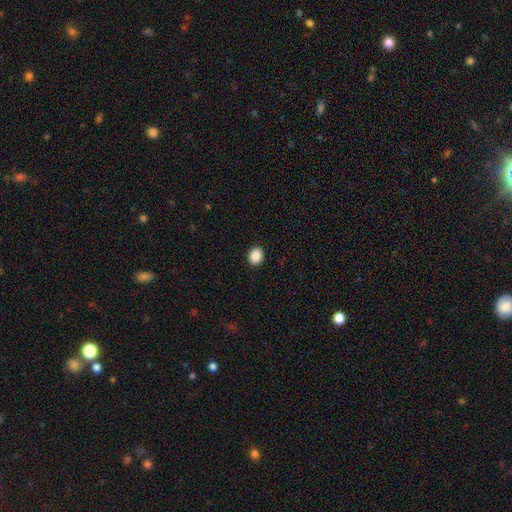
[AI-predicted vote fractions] Morphology: type=smooth (88%); roundness=round (63%); merging=none (92%).